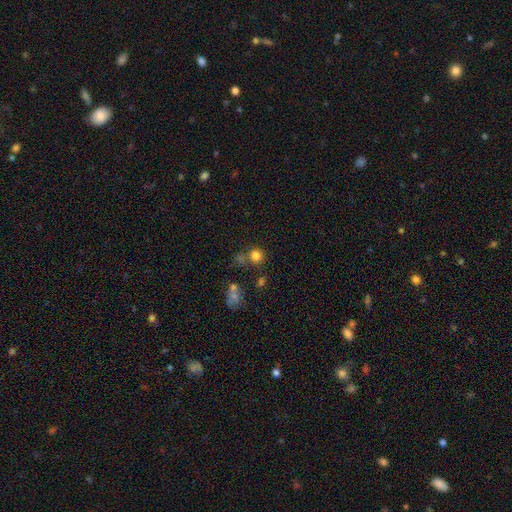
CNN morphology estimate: A smooth galaxy with no disk features (78%) that is round (90%). Merging: none (69%).